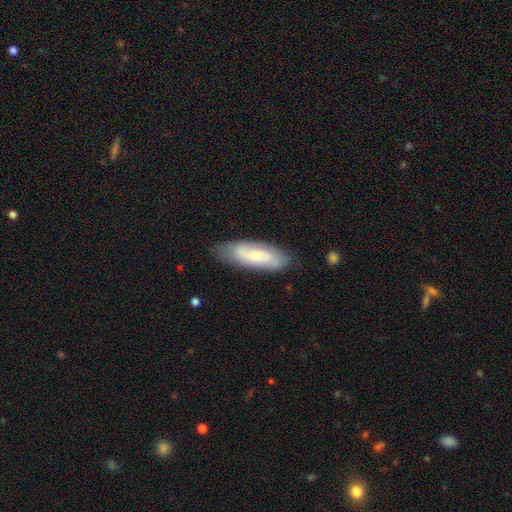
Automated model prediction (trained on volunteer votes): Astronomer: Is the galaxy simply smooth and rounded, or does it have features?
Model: smooth — 52% (runner-up: featured or disk, 41%).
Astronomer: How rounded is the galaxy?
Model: in between — 64%.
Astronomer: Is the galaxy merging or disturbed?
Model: none — 78%.